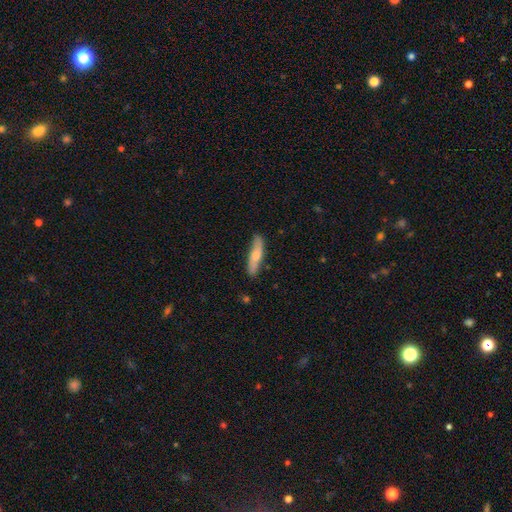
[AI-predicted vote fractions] smooth 62%, featured or disk 33%, star or artifact 5%. Down the decision tree: how rounded — cigar-shaped (78%); merging — none (84%).